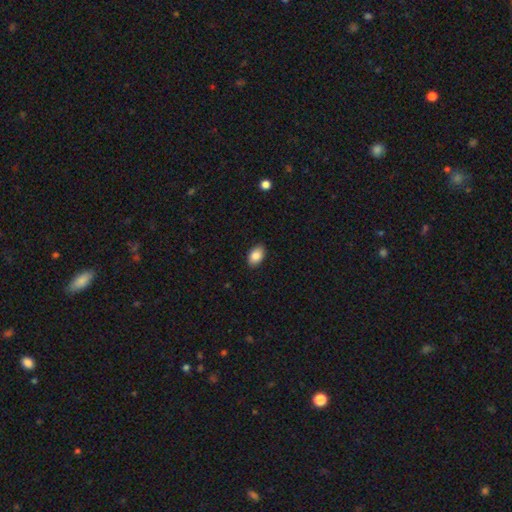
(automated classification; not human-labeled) Q: Smooth or featured?
A: smooth (87%); runner-up: star or artifact (7%)
Q: How rounded?
A: in between (89%); runner-up: round (10%)
Q: Merging?
A: none (89%); runner-up: minor disturbance (8%)